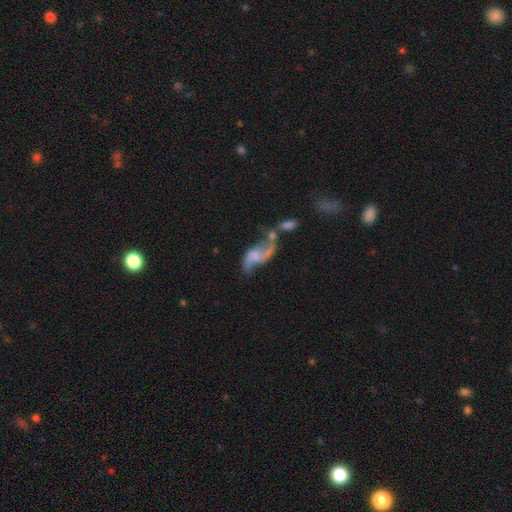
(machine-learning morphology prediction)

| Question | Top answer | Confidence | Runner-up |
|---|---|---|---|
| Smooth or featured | featured or disk | 72% | smooth (20%) |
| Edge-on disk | no | 94% | yes (6%) |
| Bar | no | 57% | weak (34%) |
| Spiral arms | yes | 83% | no (17%) |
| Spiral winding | loose | 87% | medium (10%) |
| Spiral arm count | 2 | 86% | 1 (7%) |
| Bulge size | none | 50% | small (26%) |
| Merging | merger | 42% | none (26%) |